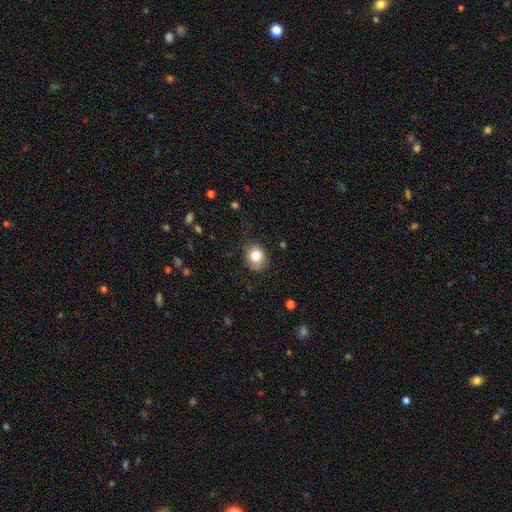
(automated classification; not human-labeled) Morphology: type=smooth (83%); roundness=round (55%); merging=none (74%).